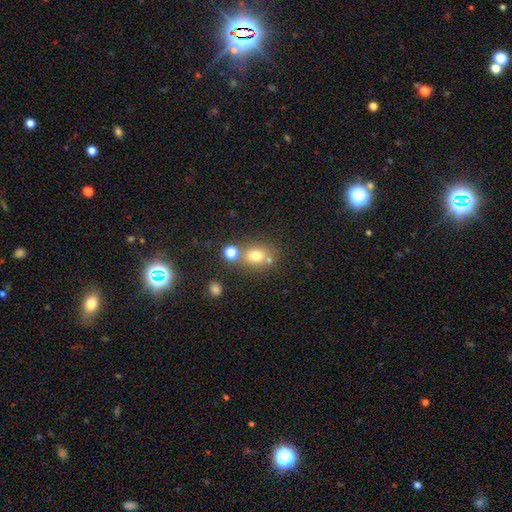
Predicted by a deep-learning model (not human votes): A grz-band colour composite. It shows a smooth galaxy with no disk features (73%) that is round (52%). Merging: none (61%).